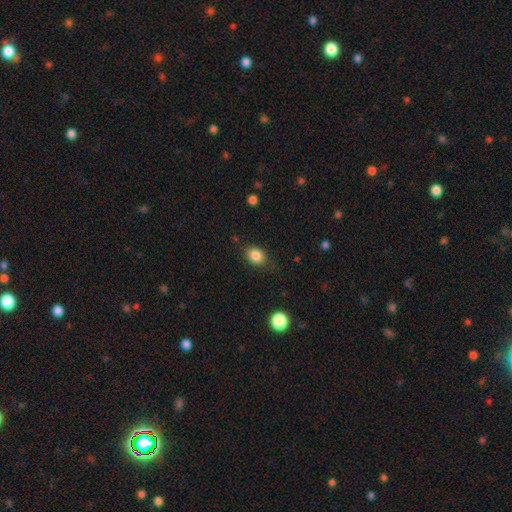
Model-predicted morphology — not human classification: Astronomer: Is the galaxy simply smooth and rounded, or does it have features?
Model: smooth — 85%.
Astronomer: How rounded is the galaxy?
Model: in between — 58% (runner-up: round, 41%).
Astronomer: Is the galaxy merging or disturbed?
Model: none — 79%.